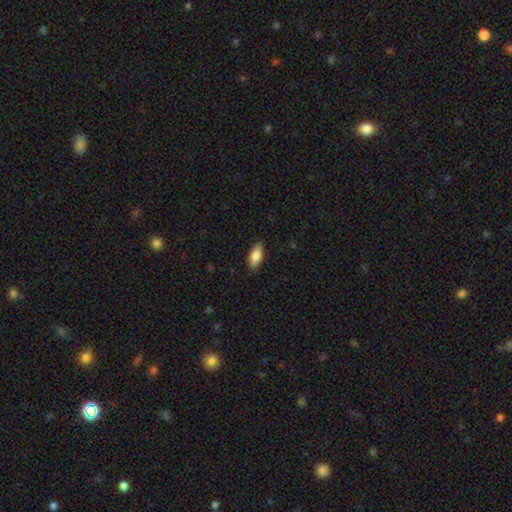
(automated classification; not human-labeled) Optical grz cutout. It shows a smooth galaxy with no disk features (84%) that is in between round and cigar-shaped (85%). Merging: none (88%).